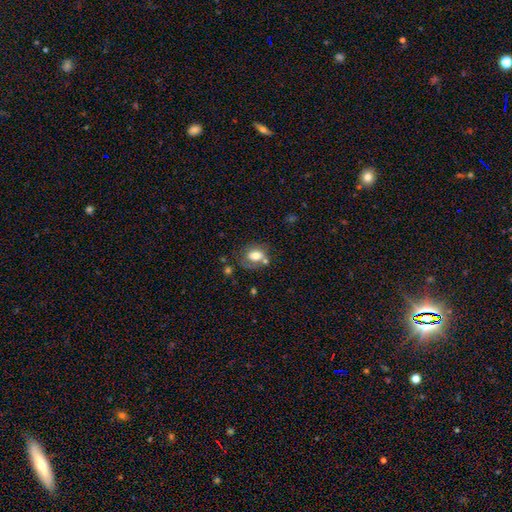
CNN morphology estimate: Smooth or featured? smooth (66%)
How rounded? in between (62%)
Merging? none (46%)